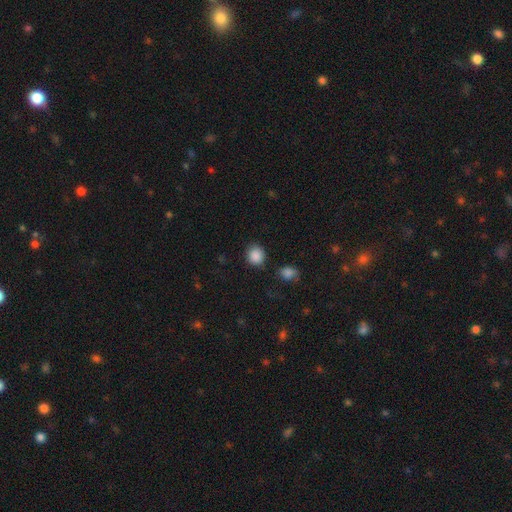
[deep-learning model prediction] This appears to be a smooth galaxy with no disk features (88%) that is round (79%). Merging: none (81%).